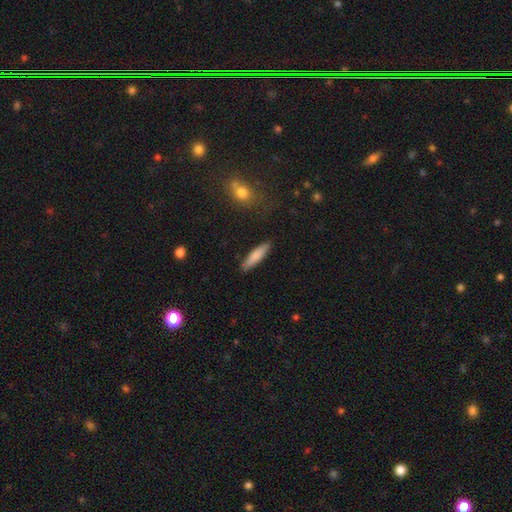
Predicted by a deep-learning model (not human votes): Overall: smooth (80%). How rounded: cigar-shaped (77%). Merging: none (86%).